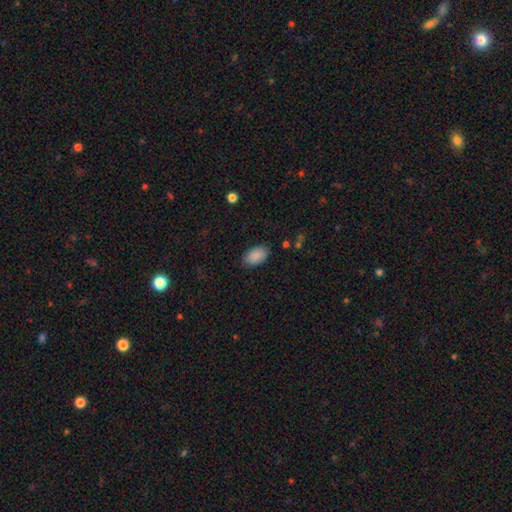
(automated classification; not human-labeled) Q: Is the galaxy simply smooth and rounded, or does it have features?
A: smooth — 90%.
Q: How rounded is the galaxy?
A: in between — 94%.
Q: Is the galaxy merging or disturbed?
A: none — 85%.